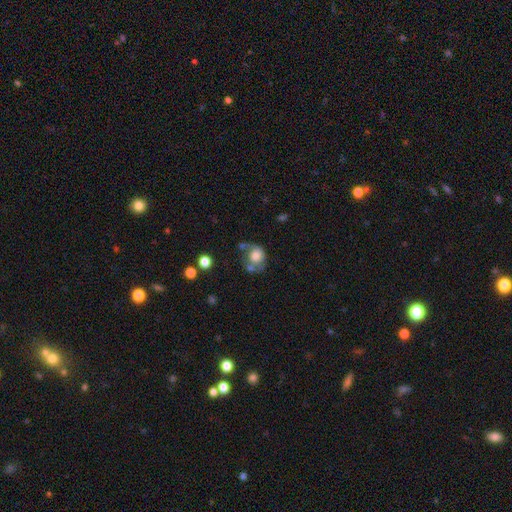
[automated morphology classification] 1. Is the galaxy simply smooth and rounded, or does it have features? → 66% smooth, 25% featured or disk, 9% star or artifact.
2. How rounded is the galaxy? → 63% round, 36% in between, 1% cigar-shaped.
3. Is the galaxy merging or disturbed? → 33% none, 24% minor disturbance, 22% merger, 21% major disturbance.